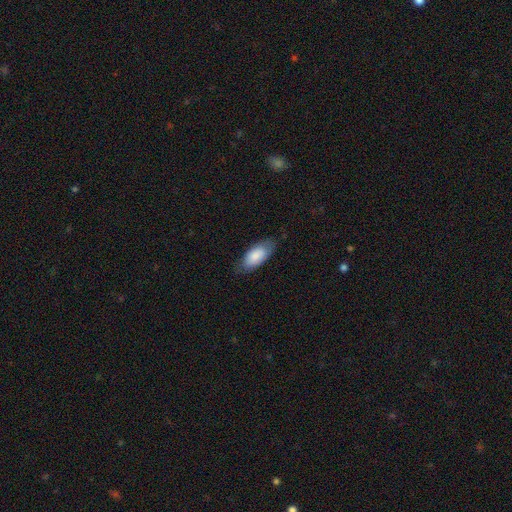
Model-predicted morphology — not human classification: Smooth or featured? Predicted: smooth (p=0.82). How rounded? Predicted: in between (p=0.89). Merging? Predicted: none (p=0.75).